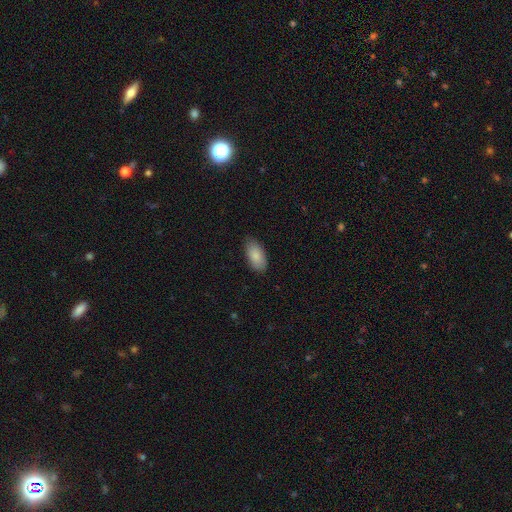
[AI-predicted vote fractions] Morphology: type=smooth (86%); roundness=in between (94%); merging=none (82%).